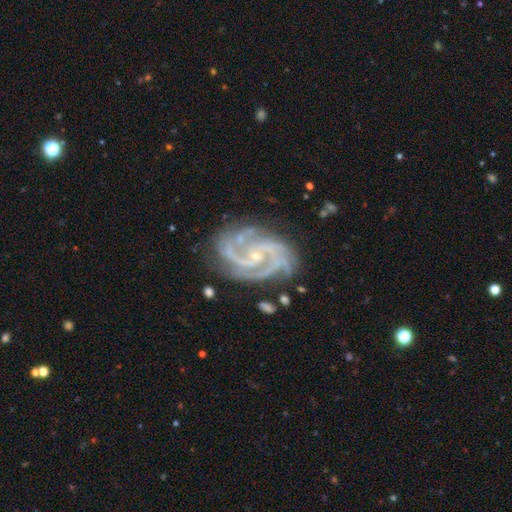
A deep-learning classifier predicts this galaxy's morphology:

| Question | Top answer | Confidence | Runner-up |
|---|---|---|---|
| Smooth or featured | featured or disk | 92% | star or artifact (5%) |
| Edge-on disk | no | 98% | yes (2%) |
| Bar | no | 56% | weak (30%) |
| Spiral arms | yes | 99% | no (1%) |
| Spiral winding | medium | 47% | tight (46%) |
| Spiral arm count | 3 | 36% | 2 (26%) |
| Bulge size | small | 82% | moderate (15%) |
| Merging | none | 72% | minor disturbance (19%) |